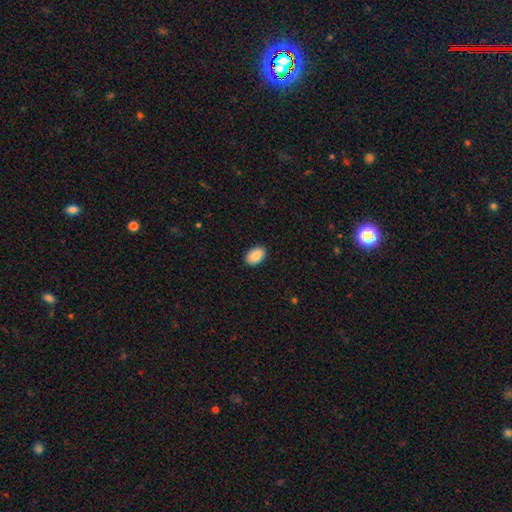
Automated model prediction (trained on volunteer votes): smooth_or_featured: smooth (p=0.89) [alt: star or artifact p=0.07]
how_rounded: in between (p=0.91) [alt: round p=0.08]
merging: none (p=0.89) [alt: minor disturbance p=0.08]